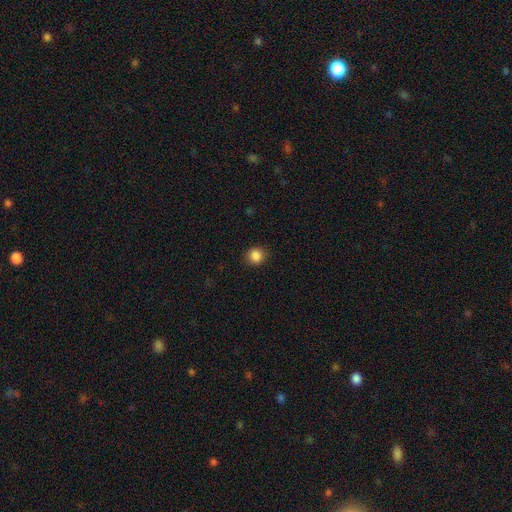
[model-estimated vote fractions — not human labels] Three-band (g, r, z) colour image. It shows a smooth galaxy with no disk features (86%) that is round (91%). Merging: none (89%).